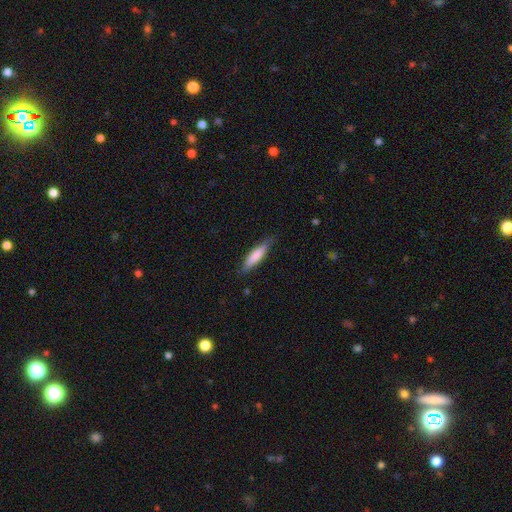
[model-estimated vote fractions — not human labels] This appears to be a smooth galaxy with no disk features (75%) that is cigar-shaped (74%). Merging: none (79%).